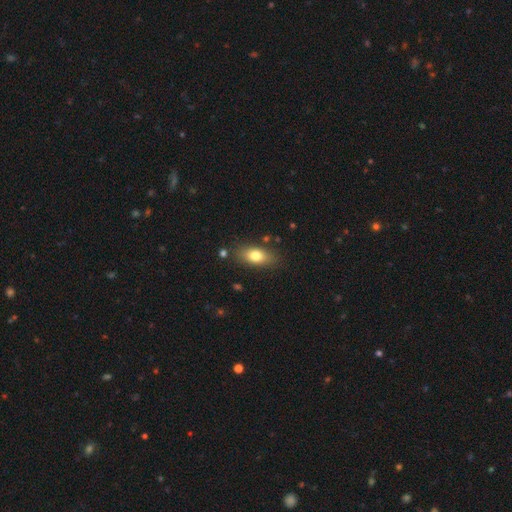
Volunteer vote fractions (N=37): This is clearly a smooth galaxy (89%). How rounded: clearly in between (91%). Merging: clearly none (86%).